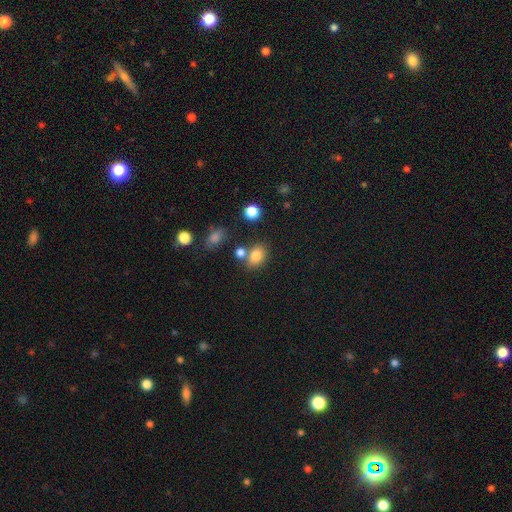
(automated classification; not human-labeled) This is clearly a smooth galaxy (80%). How rounded: likely in between (64%). Merging: likely none (62%).